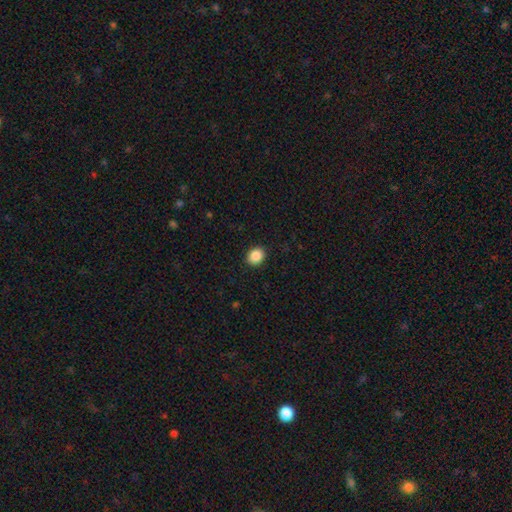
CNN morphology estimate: type=smooth (89%); roundness=round (59%); merging=none (91%).